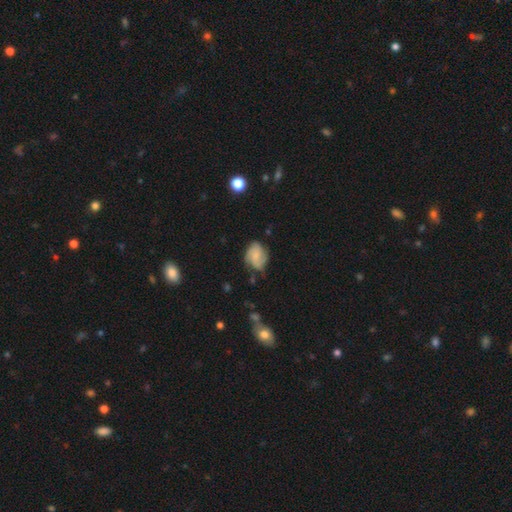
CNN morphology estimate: Q: Smooth or featured?
A: featured or disk (48%); runner-up: smooth (44%)
Q: Merging?
A: none (58%); runner-up: minor disturbance (29%)